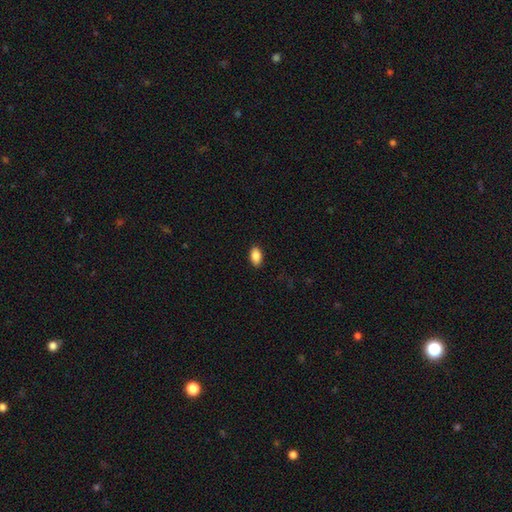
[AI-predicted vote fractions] The model was most divided on "smooth or featured": smooth: 88%, star or artifact: 8%, featured or disk: 4%. More confident: how rounded — in between (92%); merging — none (89%).